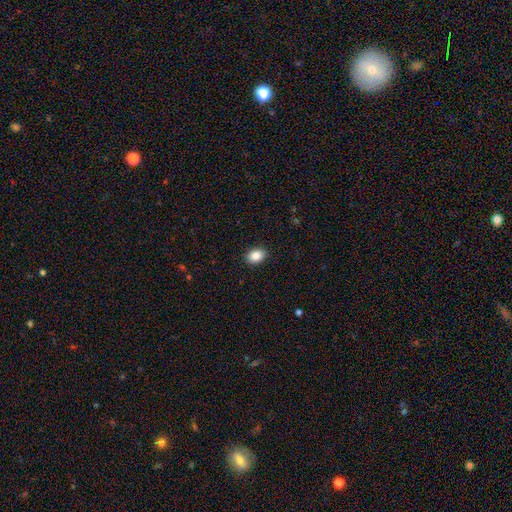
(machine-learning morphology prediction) Smooth or featured: smooth — 88% (star or artifact — 8%)
How rounded: in between — 77% (round — 22%)
Merging: none — 89% (minor disturbance — 8%)